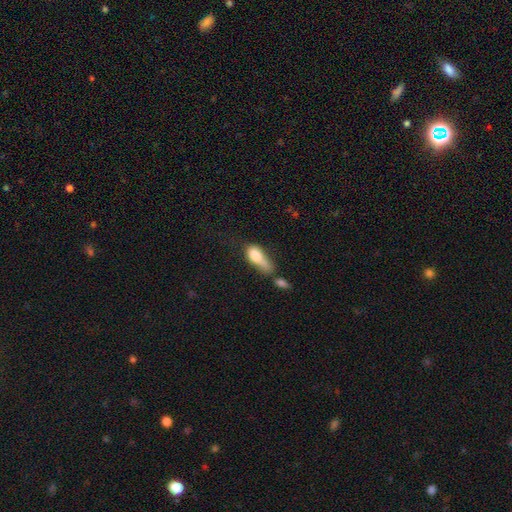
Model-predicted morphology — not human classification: This appears to be a smooth galaxy with no disk features (76%) that is in between round and cigar-shaped (77%). Merging: merger (33%).